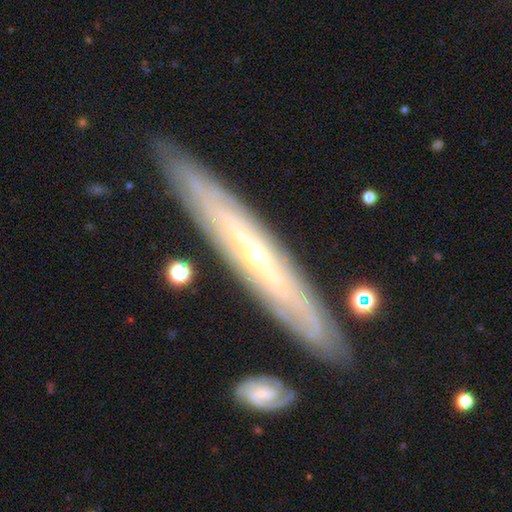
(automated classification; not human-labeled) Smooth or featured? Predicted: featured or disk (p=0.79). Edge-on disk? Predicted: yes (p=0.62). Merging? Predicted: none (p=0.85).